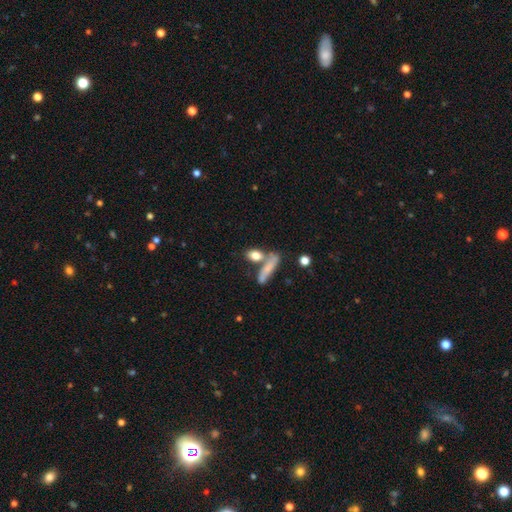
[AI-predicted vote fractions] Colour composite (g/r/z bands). It shows a smooth galaxy with no disk features (78%) that is in between round and cigar-shaped (55%). Merging: none (54%).